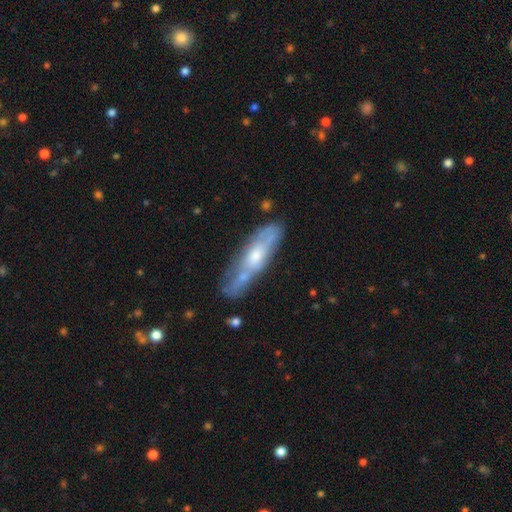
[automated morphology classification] featured or disk 61%, smooth 33%, star or artifact 7%. Down the decision tree: edge-on disk — no (56%); merging — none (60%).